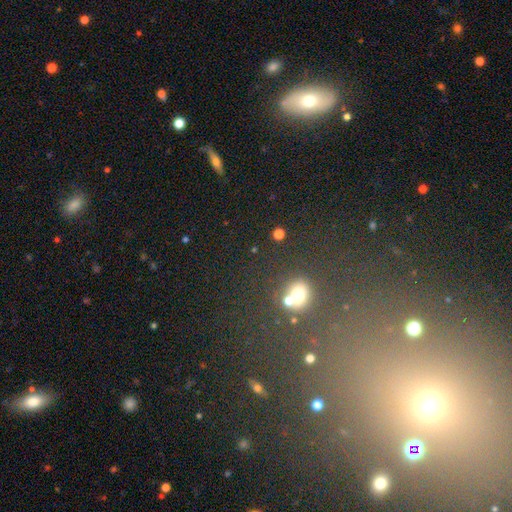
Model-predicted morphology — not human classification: A star or artifact, not a galaxy (47%).